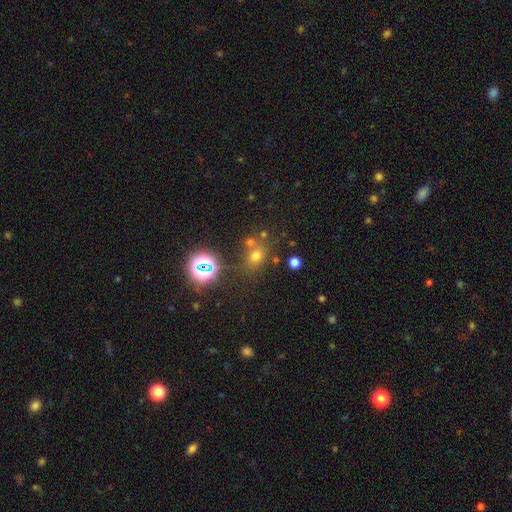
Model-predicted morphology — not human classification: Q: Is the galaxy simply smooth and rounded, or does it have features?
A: smooth — 60%.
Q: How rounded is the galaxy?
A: round — 60%.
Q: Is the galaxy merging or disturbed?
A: none — 65%.